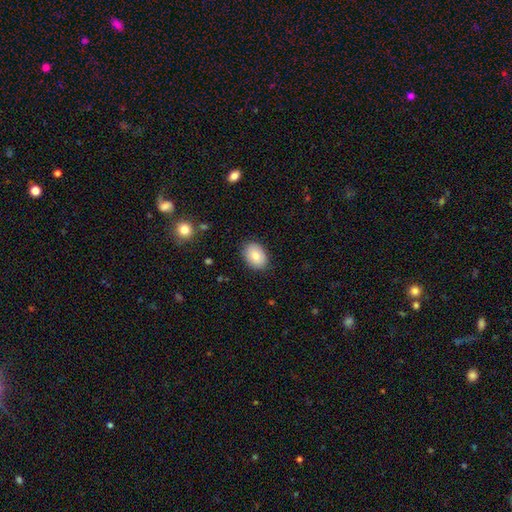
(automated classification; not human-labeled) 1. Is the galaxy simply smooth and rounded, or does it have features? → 81% smooth, 12% featured or disk, 7% star or artifact.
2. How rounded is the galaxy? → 77% in between, 22% round, 1% cigar-shaped.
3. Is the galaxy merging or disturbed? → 86% none, 11% minor disturbance, 2% major disturbance, 1% merger.